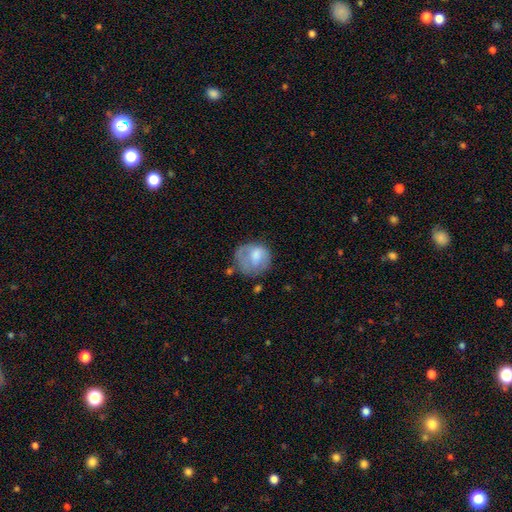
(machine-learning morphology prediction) A smooth galaxy with no disk features (65%) that is round (74%). Merging: none (43%).